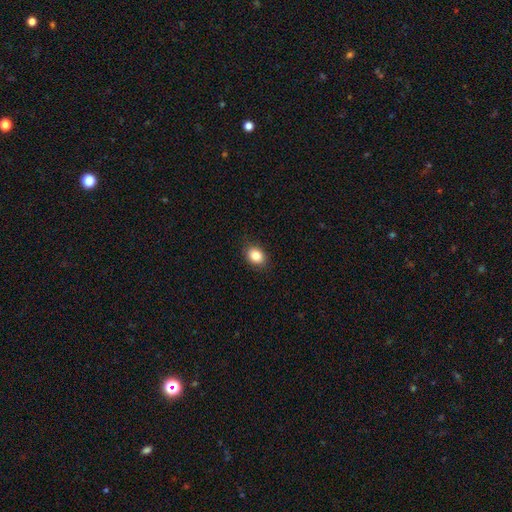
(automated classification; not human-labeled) Smooth or featured? smooth (85%)
How rounded? in between (62%)
Merging? none (87%)